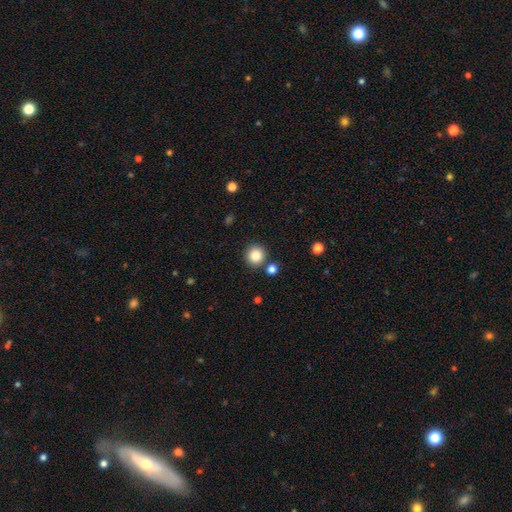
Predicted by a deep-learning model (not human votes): Smooth or featured? Predicted: smooth (p=0.85). How rounded? Predicted: round (p=0.93). Merging? Predicted: none (p=0.85).